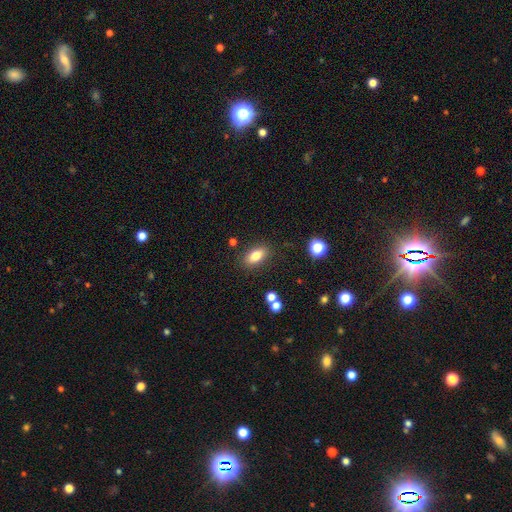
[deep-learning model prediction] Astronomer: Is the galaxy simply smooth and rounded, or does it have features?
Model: smooth — 80%.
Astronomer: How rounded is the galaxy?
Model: in between — 86%.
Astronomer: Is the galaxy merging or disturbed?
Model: none — 84%.